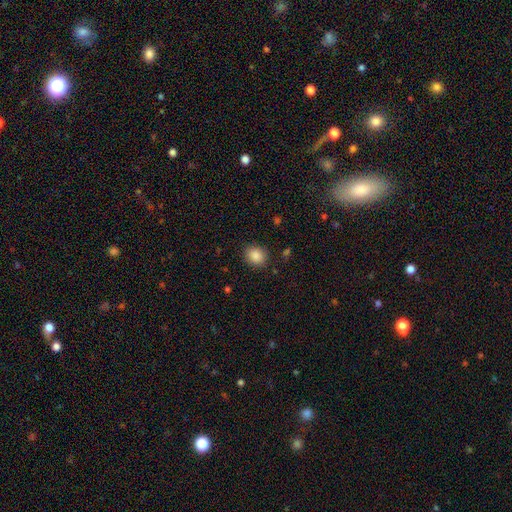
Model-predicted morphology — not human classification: smooth-or-featured: smooth: 87% | star or artifact: 9% | featured or disk: 4%
  how-rounded: round: 70% | in between: 29% | cigar-shaped: 1%
  merging: none: 88% | minor disturbance: 8% | major disturbance: 3% | merger: 1%